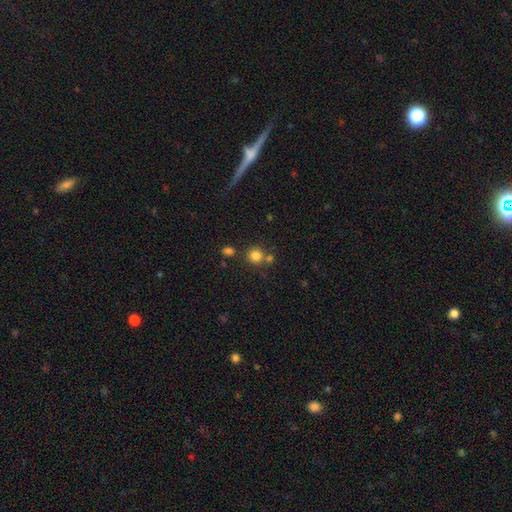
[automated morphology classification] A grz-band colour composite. It shows a smooth galaxy with no disk features (81%) that is round (91%). Merging: none (72%).